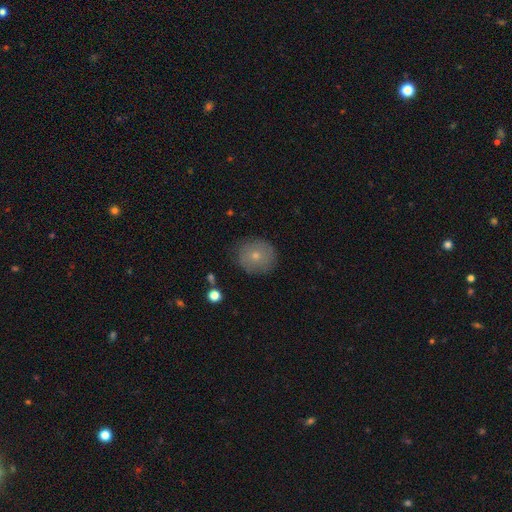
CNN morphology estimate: Smooth or featured? smooth (68%)
How rounded? round (88%)
Merging? none (84%)